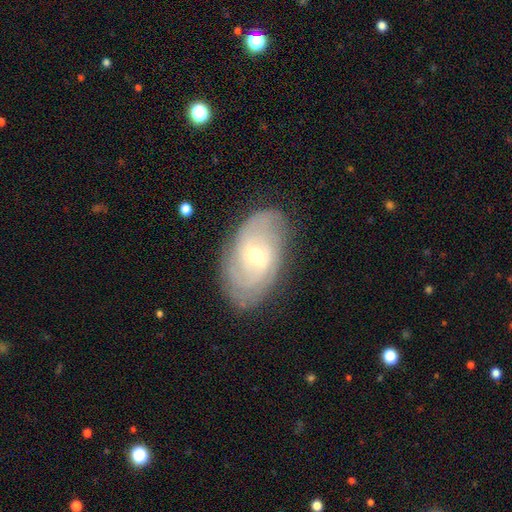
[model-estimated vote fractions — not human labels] smooth-or-featured: featured or disk: 80% | smooth: 13% | star or artifact: 7%
  disk-edge-on: no: 95% | yes: 5%
    bar: weak: 54% | no: 30% | strong: 16%
    has-spiral-arms: yes: 92% | no: 8%
      spiral-winding: tight: 66% | medium: 26% | loose: 8%
      spiral-arm-count: can't tell: 40% | 2: 26% | 3: 15% | 4: 9% | more than 4: 5% | 1: 4%
    bulge-size: moderate: 49% | small: 48% | large: 2% | none: 1% | dominant: 1%
  merging: none: 79% | minor disturbance: 15% | major disturbance: 4% | merger: 1%